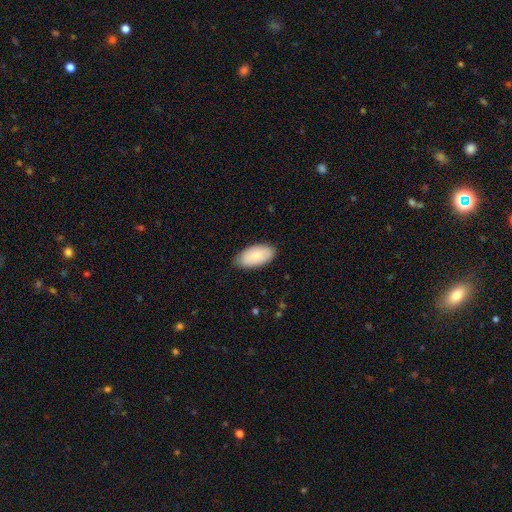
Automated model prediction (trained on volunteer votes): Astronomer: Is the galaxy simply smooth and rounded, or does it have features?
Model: smooth — 86%.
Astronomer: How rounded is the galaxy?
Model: in between — 95%.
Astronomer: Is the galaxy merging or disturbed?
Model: none — 81%.